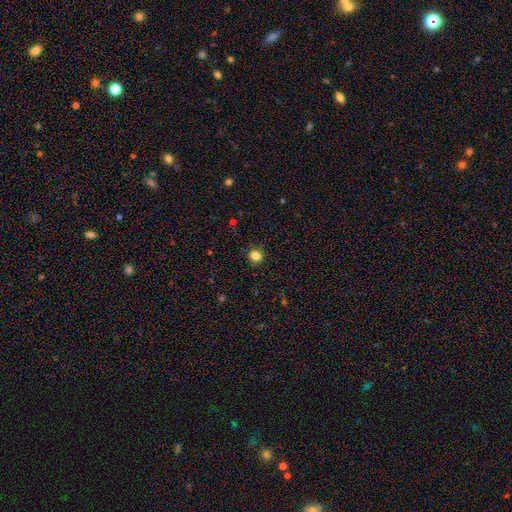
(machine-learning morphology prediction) Smooth or featured: smooth — 83% (star or artifact — 12%)
How rounded: round — 88% (in between — 11%)
Merging: none — 90% (minor disturbance — 7%)